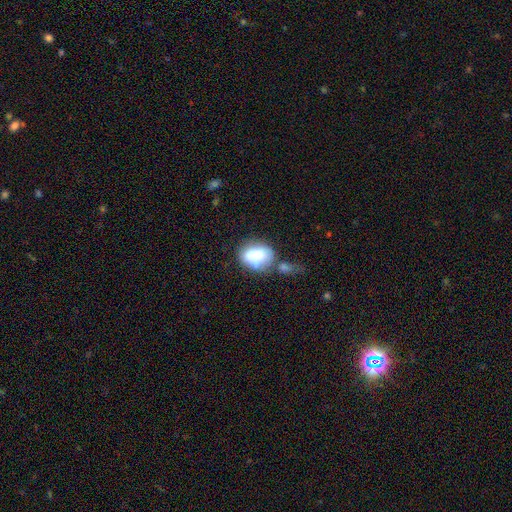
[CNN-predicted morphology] Smooth or featured?
  - smooth: 74% *
  - featured or disk: 18%
  - star or artifact: 8%
How rounded?
  - in between: 67% *
  - round: 31%
  - cigar-shaped: 1%
Merging?
  - none: 34% *
  - merger: 30%
  - minor disturbance: 22%
  - major disturbance: 13%